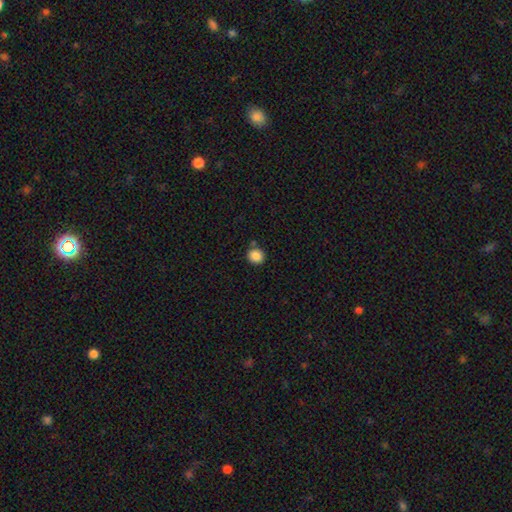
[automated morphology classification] smooth_or_featured: smooth (p=0.86) [alt: star or artifact p=0.10]
how_rounded: round (p=0.83) [alt: in between p=0.16]
merging: none (p=0.81) [alt: minor disturbance p=0.10]